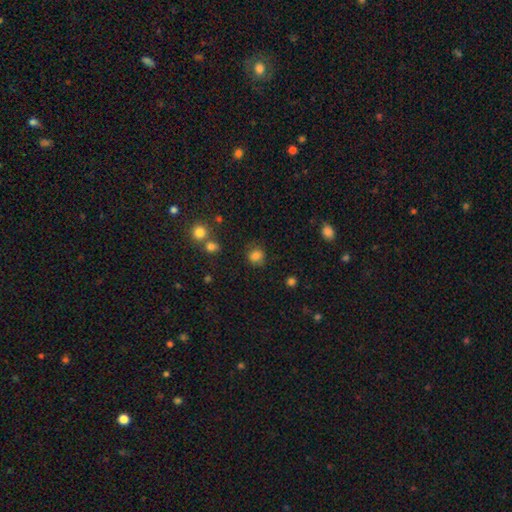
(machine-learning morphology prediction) smooth-or-featured: smooth: 83% | star or artifact: 12% | featured or disk: 5%
  how-rounded: round: 79% | in between: 20% | cigar-shaped: 1%
  merging: none: 76% | minor disturbance: 14% | major disturbance: 5% | merger: 4%